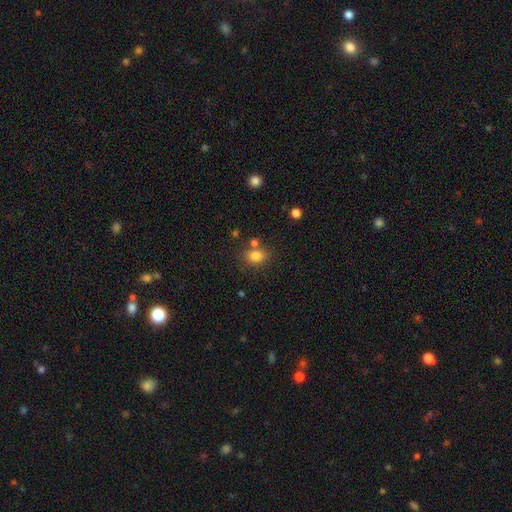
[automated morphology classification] Smooth or featured? smooth (82%)
How rounded? in between (53%)
Merging? none (67%)